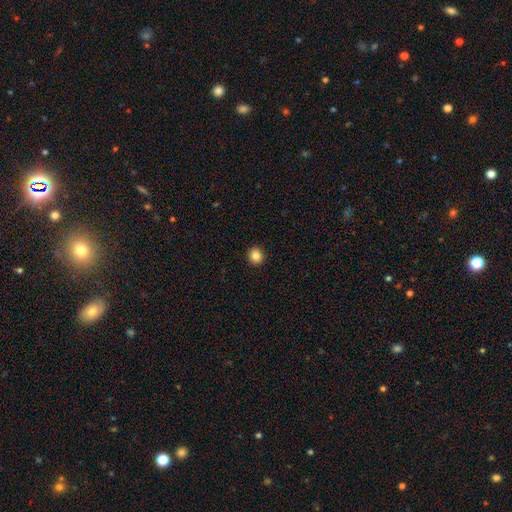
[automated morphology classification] A smooth galaxy with no disk features (84%) that is round (89%). Merging: none (93%).